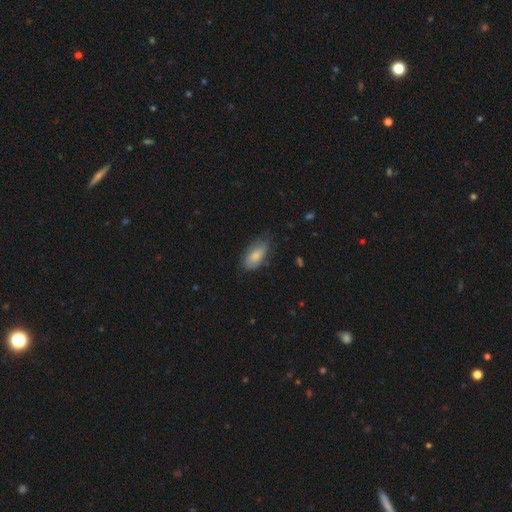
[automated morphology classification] smooth-or-featured: smooth: 78% | featured or disk: 15% | star or artifact: 6%
  how-rounded: in between: 91% | cigar-shaped: 6% | round: 3%
  merging: none: 64% | minor disturbance: 28% | major disturbance: 6% | merger: 2%